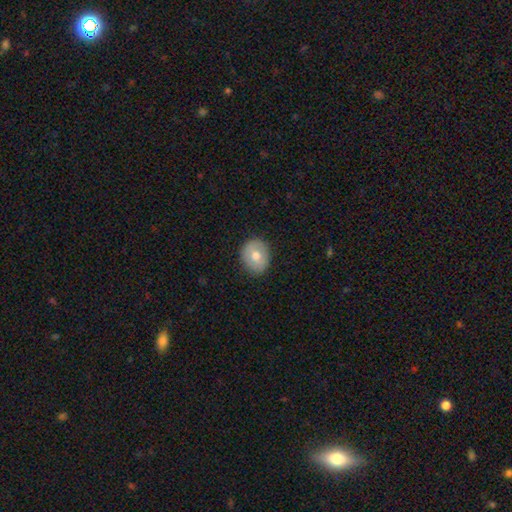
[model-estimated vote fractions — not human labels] Overall: smooth (69%). How rounded: round (66%; in between 33%). Merging: none (87%).